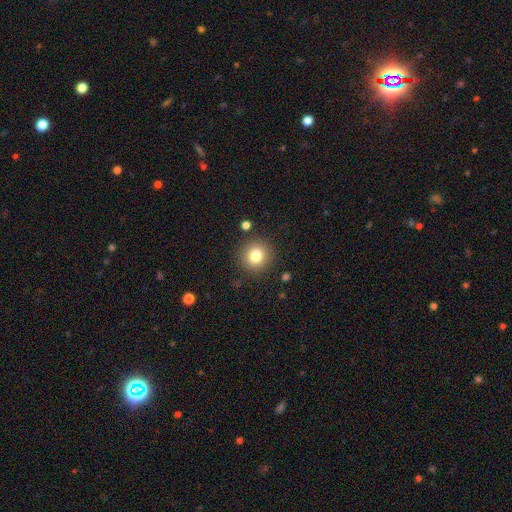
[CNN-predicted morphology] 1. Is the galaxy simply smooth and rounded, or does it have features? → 80% smooth, 11% star or artifact, 8% featured or disk.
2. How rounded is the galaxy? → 91% round, 8% in between, 1% cigar-shaped.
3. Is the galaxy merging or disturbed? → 88% none, 7% minor disturbance, 3% major disturbance, 2% merger.